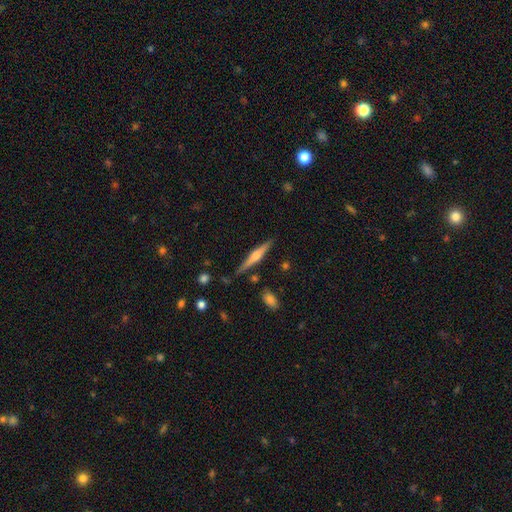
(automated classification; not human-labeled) Q: Smooth or featured?
A: featured or disk (64%); runner-up: smooth (29%)
Q: Edge-on disk?
A: yes (98%); runner-up: no (2%)
Q: Edge-on bulge?
A: rounded (76%); runner-up: boxy (16%)
Q: Merging?
A: none (84%); runner-up: minor disturbance (10%)